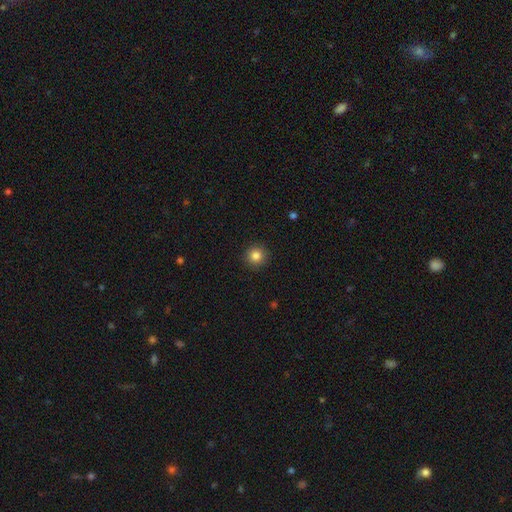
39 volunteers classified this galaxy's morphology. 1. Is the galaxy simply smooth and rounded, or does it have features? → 82% smooth, 10% star or artifact, 8% featured or disk.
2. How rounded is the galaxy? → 100% round, 0% in between, 0% cigar-shaped.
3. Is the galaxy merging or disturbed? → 100% none, 0% minor disturbance, 0% major disturbance, 0% merger.